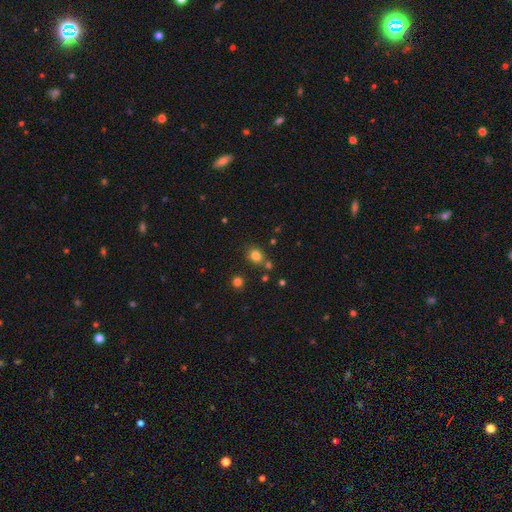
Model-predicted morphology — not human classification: Q: Smooth or featured?
A: smooth (79%); runner-up: star or artifact (15%)
Q: How rounded?
A: round (67%); runner-up: in between (32%)
Q: Merging?
A: none (72%); runner-up: merger (12%)